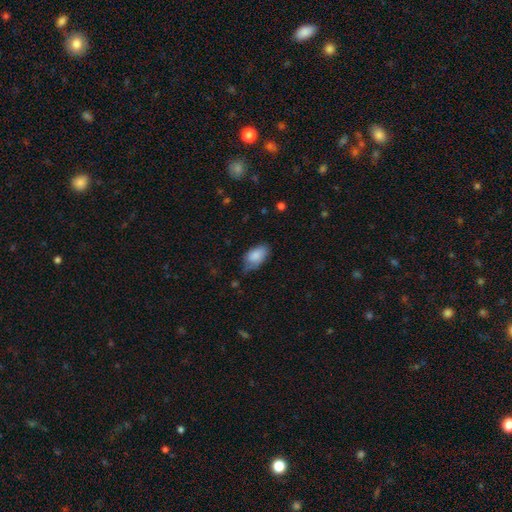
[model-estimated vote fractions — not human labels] A smooth galaxy with no disk features (84%) that is in between round and cigar-shaped (93%).

Vote fractions:
- Smooth or featured? smooth: 84% / featured or disk: 9% / star or artifact: 7%
- How rounded? in between: 93% / round: 5% / cigar-shaped: 2%
- Merging? none: 53% / minor disturbance: 37% / major disturbance: 8% / merger: 2%